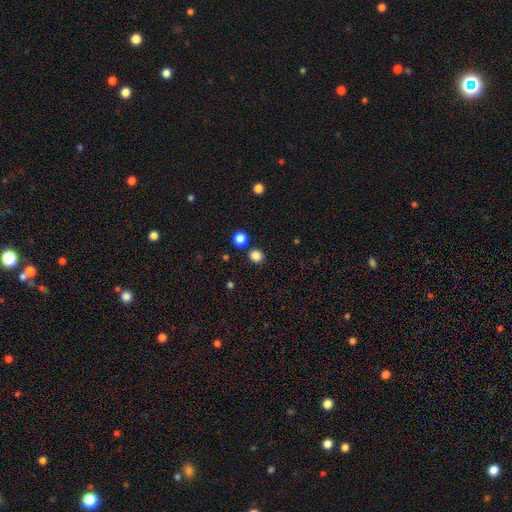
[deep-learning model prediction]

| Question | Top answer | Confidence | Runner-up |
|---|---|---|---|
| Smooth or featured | smooth | 84% | star or artifact (13%) |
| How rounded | round | 85% | in between (14%) |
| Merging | none | 83% | merger (7%) |